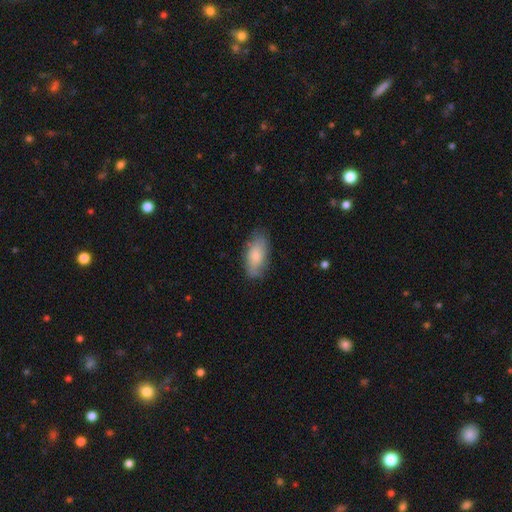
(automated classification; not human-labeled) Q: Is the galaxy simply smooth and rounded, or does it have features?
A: smooth — 74%.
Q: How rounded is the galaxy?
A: in between — 89%.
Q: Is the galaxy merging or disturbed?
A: none — 76%.